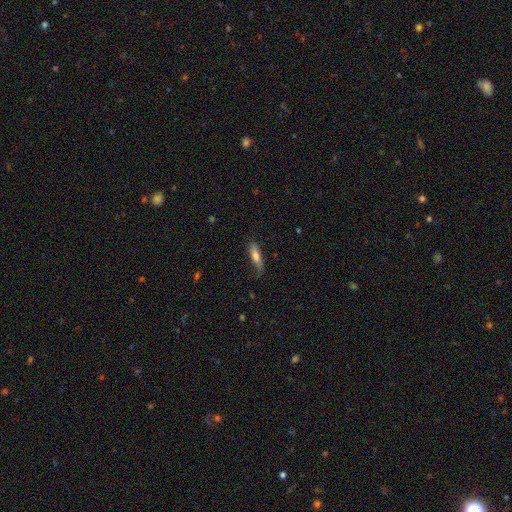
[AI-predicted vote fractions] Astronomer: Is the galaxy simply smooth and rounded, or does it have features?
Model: smooth — 68%.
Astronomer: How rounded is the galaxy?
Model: cigar-shaped — 67%.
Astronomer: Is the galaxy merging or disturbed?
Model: none — 64%.